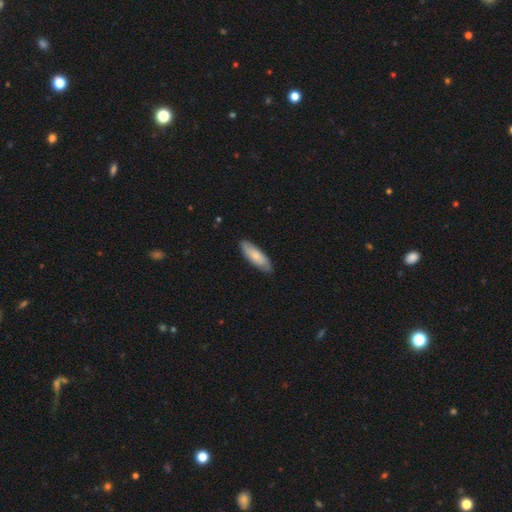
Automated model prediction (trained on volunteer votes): This is likely a smooth galaxy (72%). How rounded: possibly in between (58%). Merging: clearly none (82%).